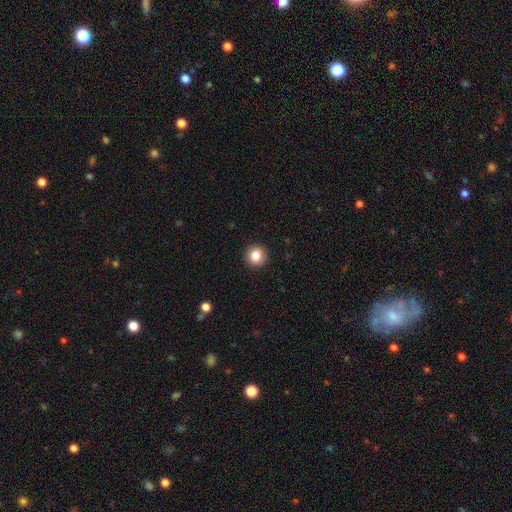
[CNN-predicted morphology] Smooth or featured? Predicted: smooth (p=0.83). How rounded? Predicted: round (p=0.95). Merging? Predicted: none (p=0.93).